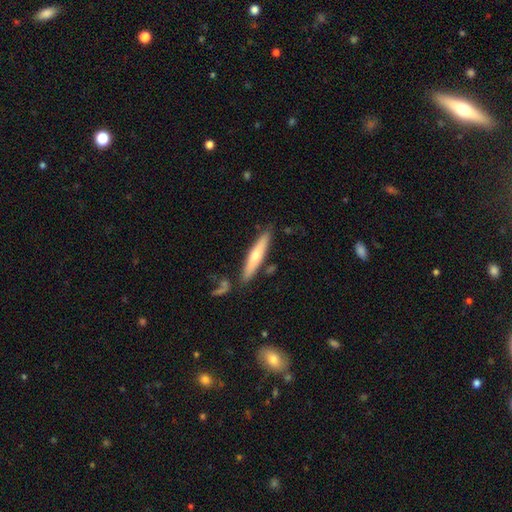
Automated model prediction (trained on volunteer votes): smooth-or-featured: smooth: 51% | featured or disk: 44% | star or artifact: 5%
  how-rounded: cigar-shaped: 89% | in between: 10% | round: 1%
  merging: none: 81% | minor disturbance: 12% | merger: 5% | major disturbance: 3%